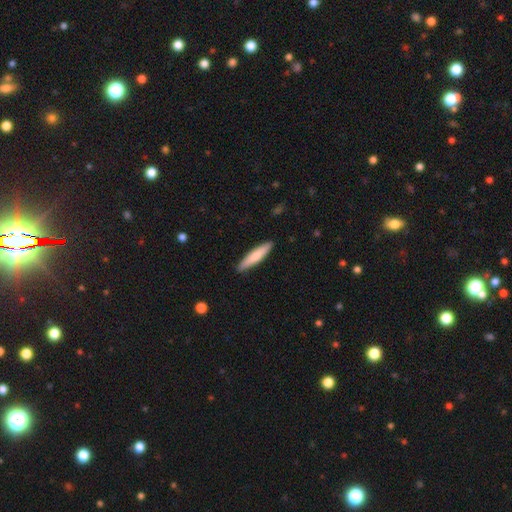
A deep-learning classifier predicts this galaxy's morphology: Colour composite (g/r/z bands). It shows a smooth galaxy with no disk features (74%) that is cigar-shaped (87%). Merging: none (90%).